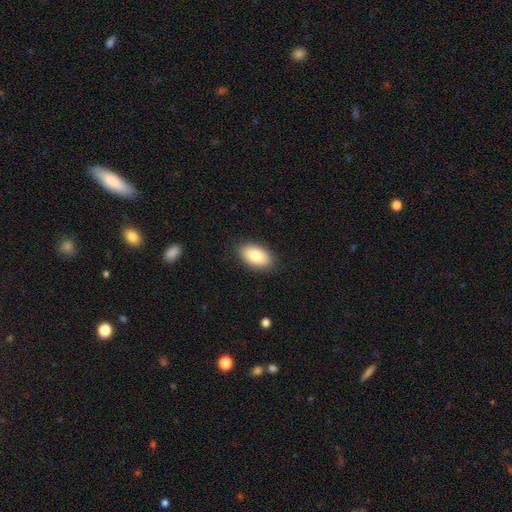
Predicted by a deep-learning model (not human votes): smooth 84%, featured or disk 9%, star or artifact 7%. Down the decision tree: how rounded — in between (94%); merging — none (88%).